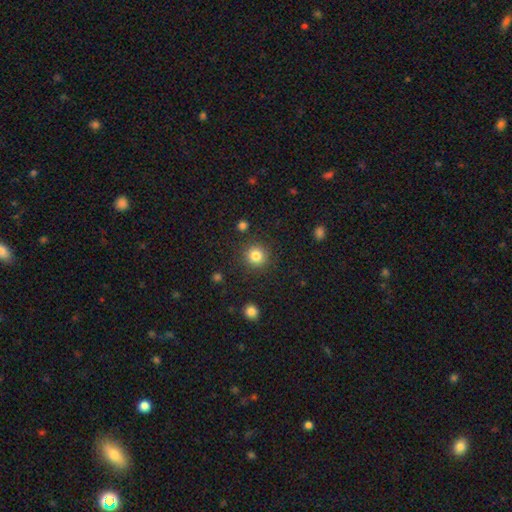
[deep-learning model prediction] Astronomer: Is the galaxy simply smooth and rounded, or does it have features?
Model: smooth — 83%.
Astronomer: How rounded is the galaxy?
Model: round — 94%.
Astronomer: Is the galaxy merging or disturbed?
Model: none — 89%.